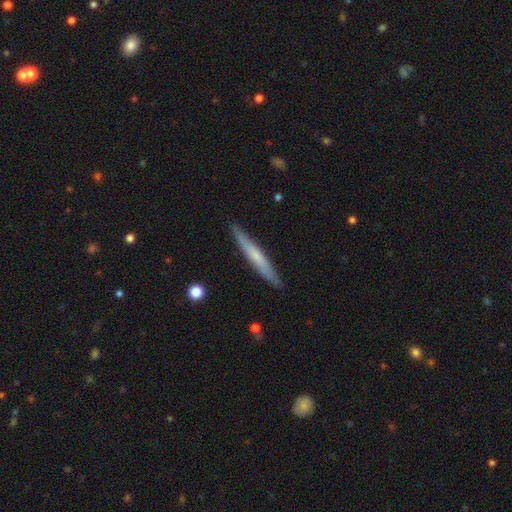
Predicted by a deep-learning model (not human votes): Smooth or featured?
  - smooth: 49% *
  - featured or disk: 45%
  - star or artifact: 6%
Merging?
  - none: 89% *
  - minor disturbance: 8%
  - major disturbance: 1%
  - merger: 1%